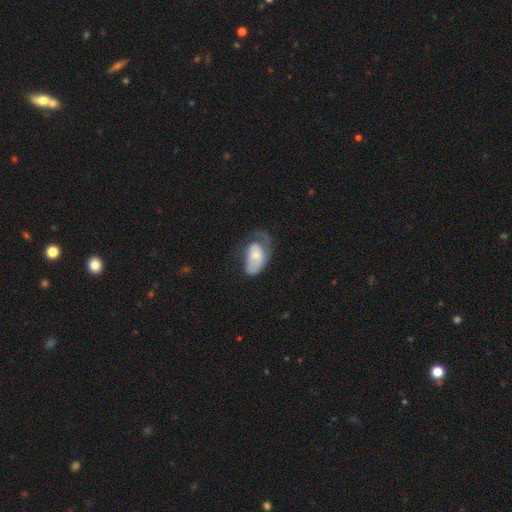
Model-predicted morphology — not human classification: The model was most divided on "smooth or featured": smooth: 52%, featured or disk: 42%, star or artifact: 6%. Remaining: how rounded — in between (92%); merging — major disturbance (48%).